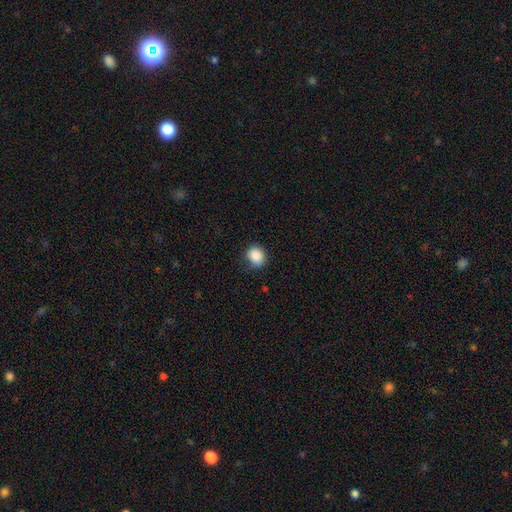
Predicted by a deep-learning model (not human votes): Overall: smooth (87%). How rounded: round (77%). Merging: none (77%).